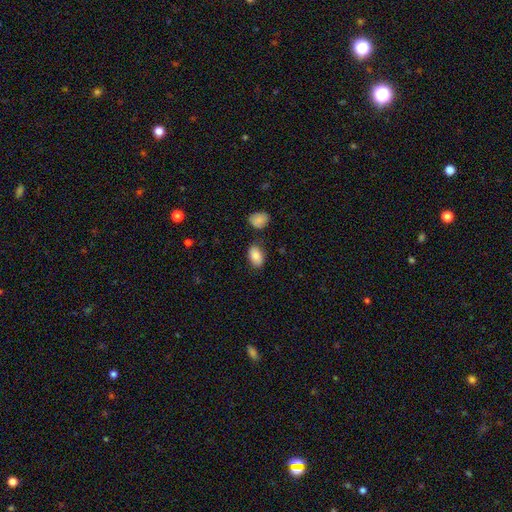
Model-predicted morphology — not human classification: A smooth galaxy with no disk features (86%) that is in between round and cigar-shaped (91%).

Vote fractions:
- Smooth or featured? smooth: 86% / star or artifact: 7% / featured or disk: 6%
- How rounded? in between: 91% / round: 8% / cigar-shaped: 1%
- Merging? none: 77% / minor disturbance: 14% / merger: 5% / major disturbance: 3%